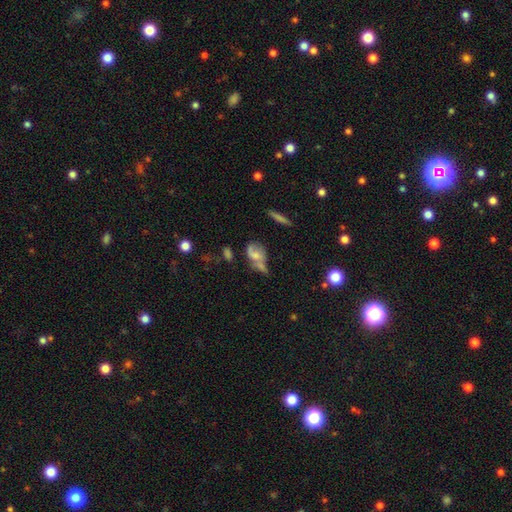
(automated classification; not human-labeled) This appears to be a smooth galaxy with no disk features (50%). Merging: merger (31%).